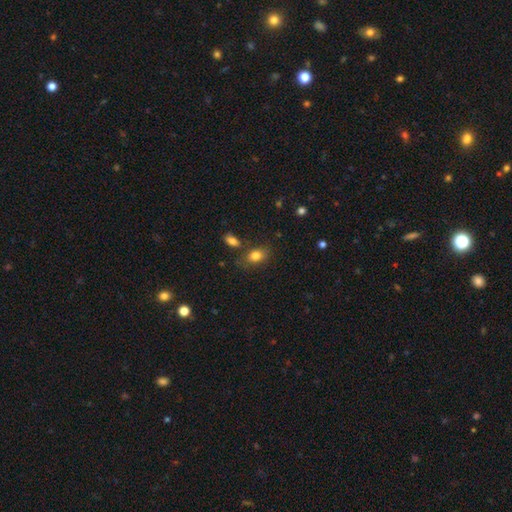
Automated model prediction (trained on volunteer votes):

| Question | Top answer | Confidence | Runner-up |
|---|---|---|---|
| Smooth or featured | smooth | 81% | star or artifact (10%) |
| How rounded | in between | 74% | round (24%) |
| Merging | none | 72% | minor disturbance (15%) |